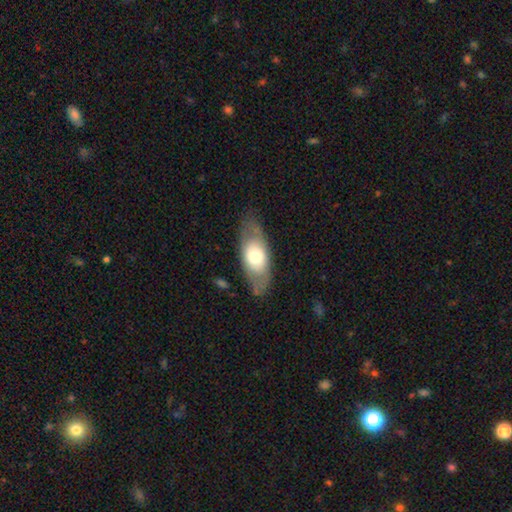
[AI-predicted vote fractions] smooth-or-featured: smooth: 54% | featured or disk: 40% | star or artifact: 6%
  how-rounded: in between: 84% | cigar-shaped: 11% | round: 5%
  merging: none: 74% | minor disturbance: 17% | major disturbance: 7% | merger: 2%